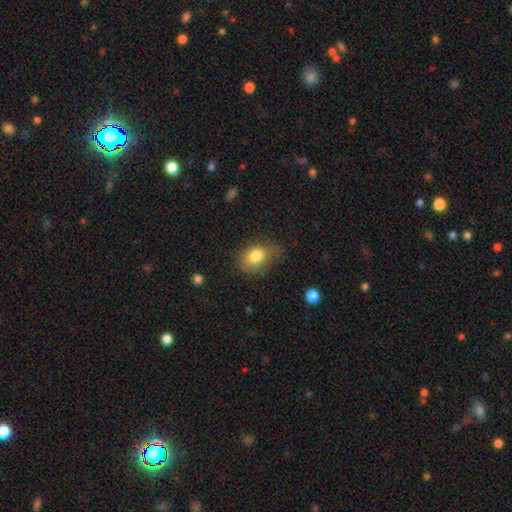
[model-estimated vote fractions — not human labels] Smooth or featured? Predicted: smooth (p=0.81). How rounded? Predicted: in between (p=0.73). Merging? Predicted: none (p=0.59).